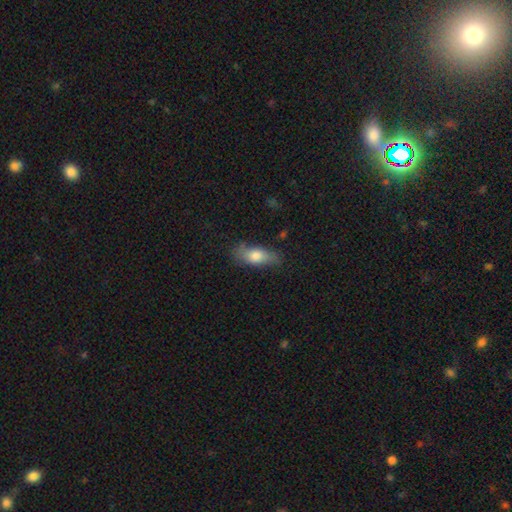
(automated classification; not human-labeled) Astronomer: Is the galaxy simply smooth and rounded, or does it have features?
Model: smooth — 73%.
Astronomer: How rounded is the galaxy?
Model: in between — 71%.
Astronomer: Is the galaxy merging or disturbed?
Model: none — 69%.